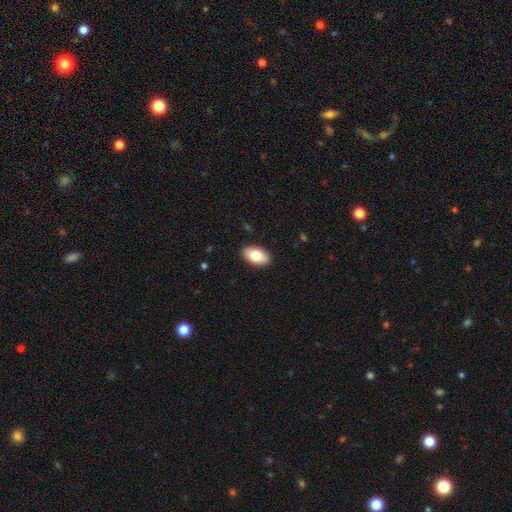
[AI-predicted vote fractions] Q: Smooth or featured?
A: smooth (80%); runner-up: featured or disk (13%)
Q: How rounded?
A: in between (93%); runner-up: round (5%)
Q: Merging?
A: none (90%); runner-up: minor disturbance (7%)